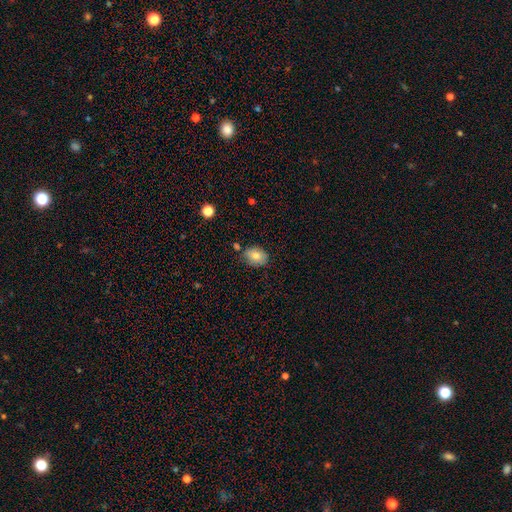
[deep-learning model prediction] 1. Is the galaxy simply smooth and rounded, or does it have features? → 79% smooth, 13% featured or disk, 9% star or artifact.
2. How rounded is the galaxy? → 60% in between, 39% round, 1% cigar-shaped.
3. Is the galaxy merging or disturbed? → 73% none, 18% minor disturbance, 5% merger, 3% major disturbance.